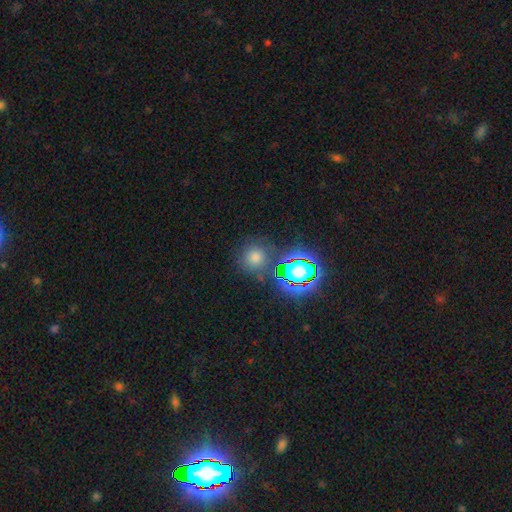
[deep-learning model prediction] smooth_or_featured: smooth (p=0.56) [alt: star or artifact p=0.36]
how_rounded: round (p=0.90) [alt: in between p=0.08]
merging: none (p=0.80) [alt: minor disturbance p=0.10]